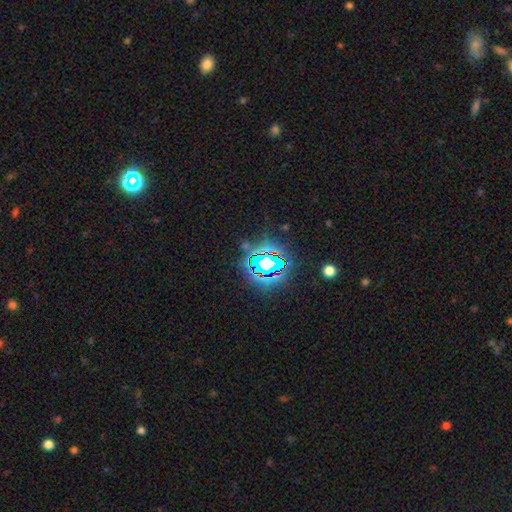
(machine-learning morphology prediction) Smooth or featured: star or artifact — 80% (smooth — 12%)